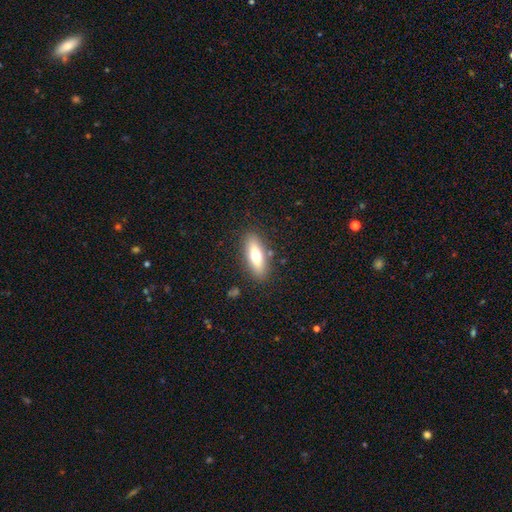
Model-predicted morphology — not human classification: smooth 65%, featured or disk 28%, star or artifact 7%. Down the decision tree: how rounded — in between (61%); merging — none (85%).